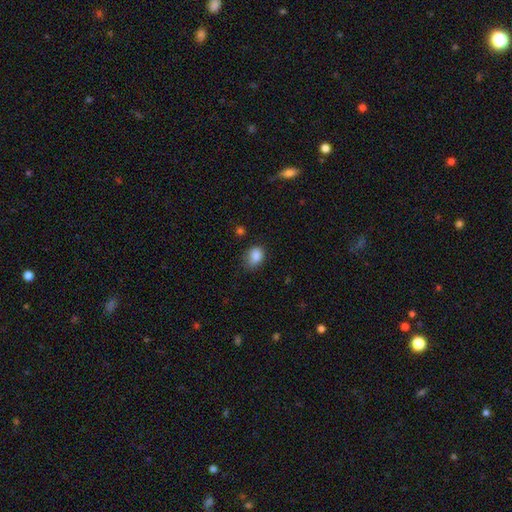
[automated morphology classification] Smooth or featured? smooth (86%)
How rounded? in between (69%)
Merging? none (65%)